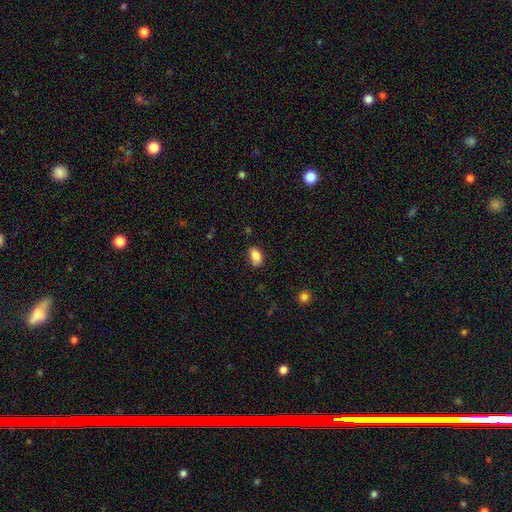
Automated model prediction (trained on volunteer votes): Morphology: type=smooth (86%); roundness=in between (88%); merging=none (75%).